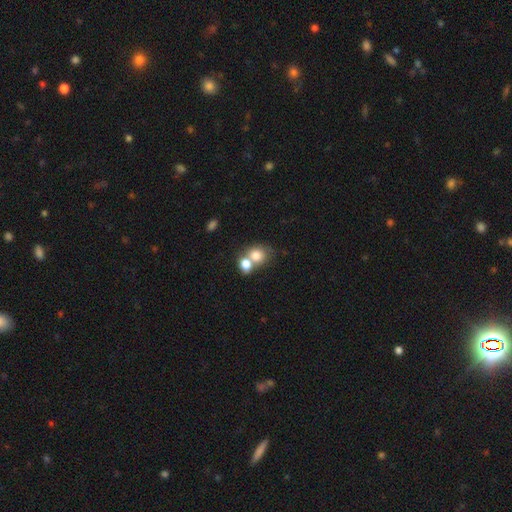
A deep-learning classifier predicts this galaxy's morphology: Smooth or featured: smooth — 76% (featured or disk — 14%)
How rounded: round — 57% (in between — 42%)
Merging: merger — 63% (none — 25%)